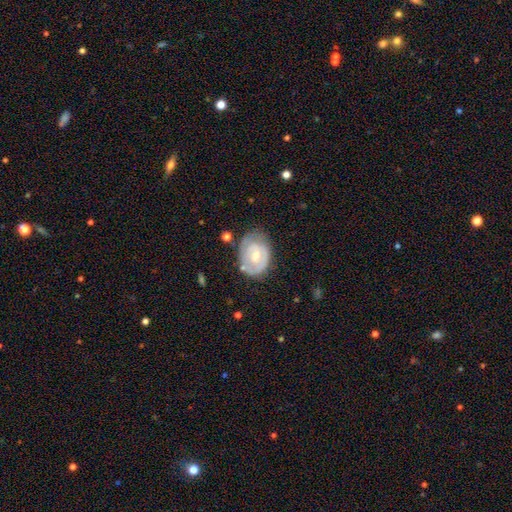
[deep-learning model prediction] A featured or disk galaxy (62%) with no bar (68%), spiral arms (58%) and a moderate central bulge (54%).

Vote fractions:
- Smooth or featured? featured or disk: 62% / smooth: 32% / star or artifact: 6%
- Edge-on disk? no: 96% / yes: 4%
- Bar? no: 68% / weak: 27% / strong: 5%
- Spiral arms? yes: 58% / no: 42%
- Bulge size? moderate: 54% / small: 42% / large: 2% / none: 1% / dominant: 1%
- Merging? none: 55% / minor disturbance: 30% / major disturbance: 11% / merger: 4%